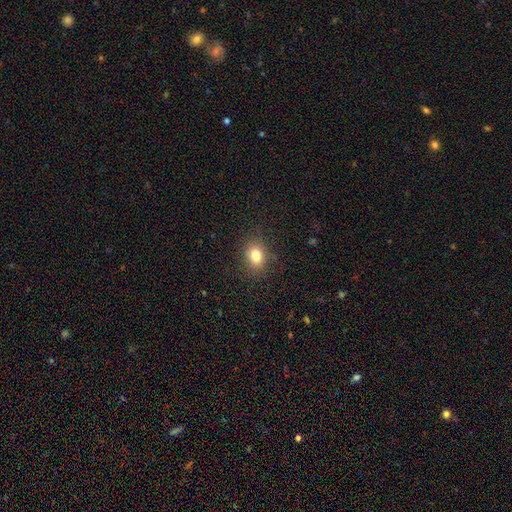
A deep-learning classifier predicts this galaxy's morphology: Smooth or featured? smooth (80%)
How rounded? in between (57%)
Merging? none (84%)